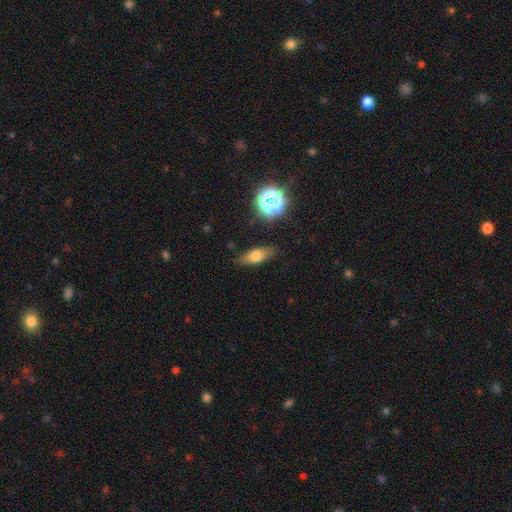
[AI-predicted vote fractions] Morphology: type=smooth (67%); roundness=in between (67%); merging=none (83%).